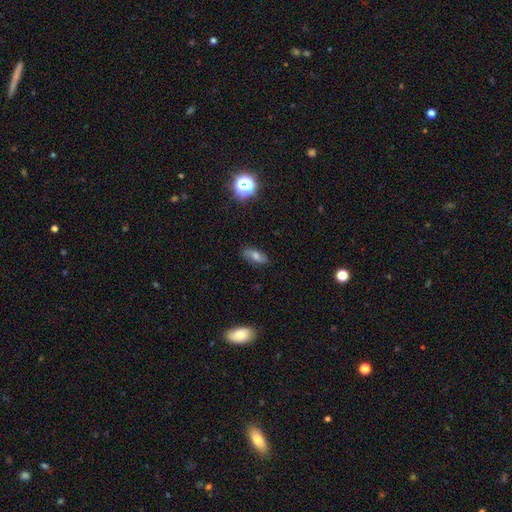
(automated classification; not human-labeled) Overall: featured or disk (43%; smooth 42%). Merging: none (81%).